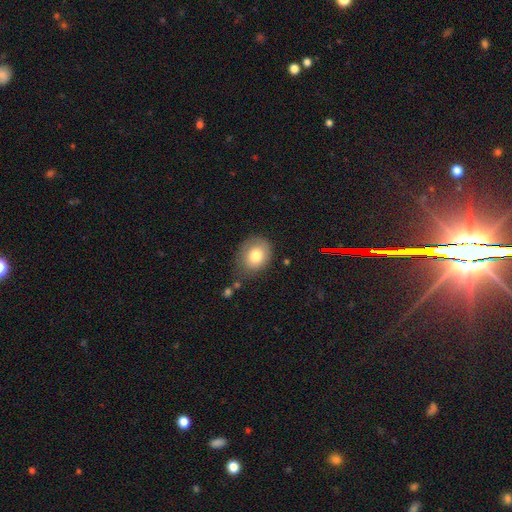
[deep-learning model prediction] smooth-or-featured: smooth: 77% | featured or disk: 15% | star or artifact: 8%
  how-rounded: round: 53% | in between: 46% | cigar-shaped: 1%
  merging: none: 64% | minor disturbance: 25% | major disturbance: 8% | merger: 3%